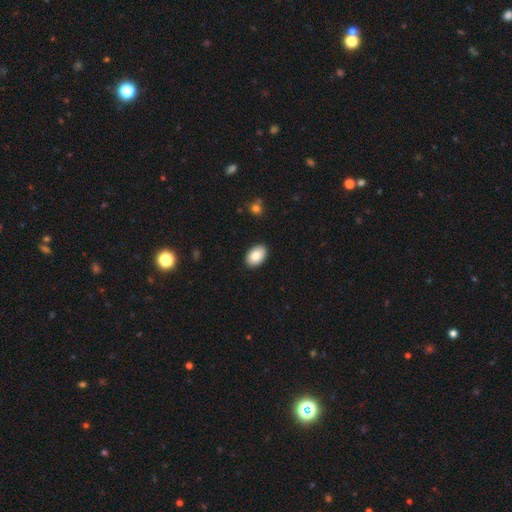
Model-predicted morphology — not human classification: The model was most divided on "smooth or featured": smooth: 84%, featured or disk: 9%, star or artifact: 7%. More confident: how rounded — in between (91%); merging — none (90%).